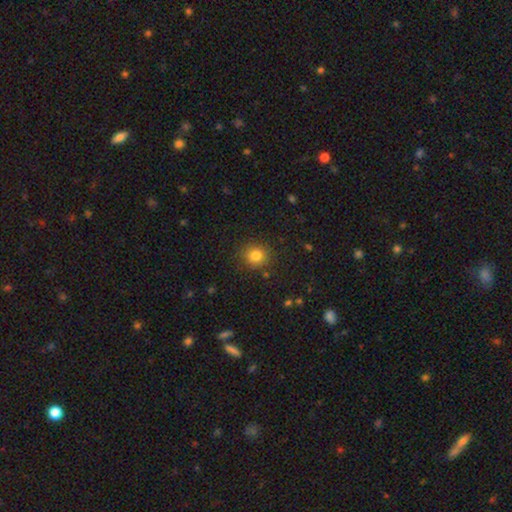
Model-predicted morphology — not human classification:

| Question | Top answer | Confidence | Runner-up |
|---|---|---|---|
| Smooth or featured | smooth | 82% | star or artifact (12%) |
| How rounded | round | 85% | in between (14%) |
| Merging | none | 88% | minor disturbance (8%) |